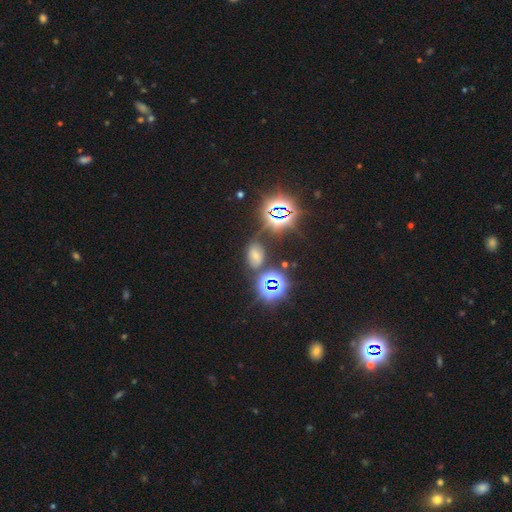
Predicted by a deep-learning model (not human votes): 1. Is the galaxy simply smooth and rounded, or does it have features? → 48% star or artifact, 38% smooth, 15% featured or disk.